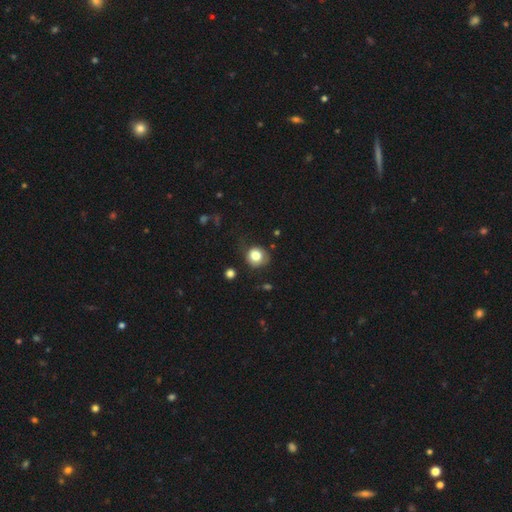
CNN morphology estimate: A smooth galaxy with no disk features (79%) that is round (86%). Merging: none (68%).